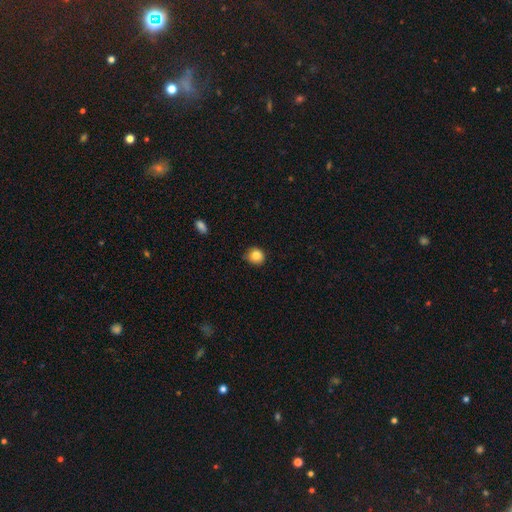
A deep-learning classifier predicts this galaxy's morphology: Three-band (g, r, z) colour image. It shows a smooth galaxy with no disk features (83%) that is round (87%). Merging: none (78%).